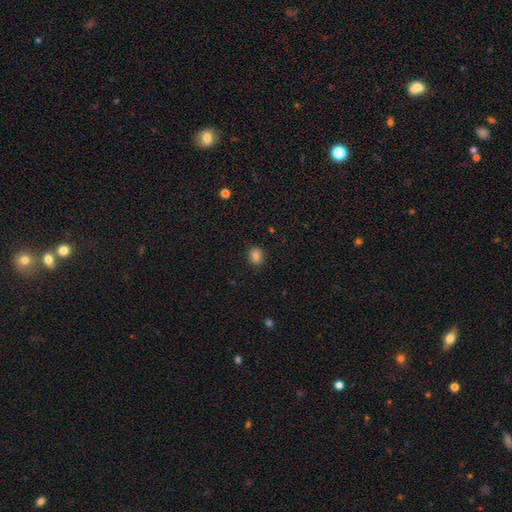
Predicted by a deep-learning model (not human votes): This appears to be a smooth galaxy with no disk features (84%) that is in between round and cigar-shaped (51%). Merging: none (87%).